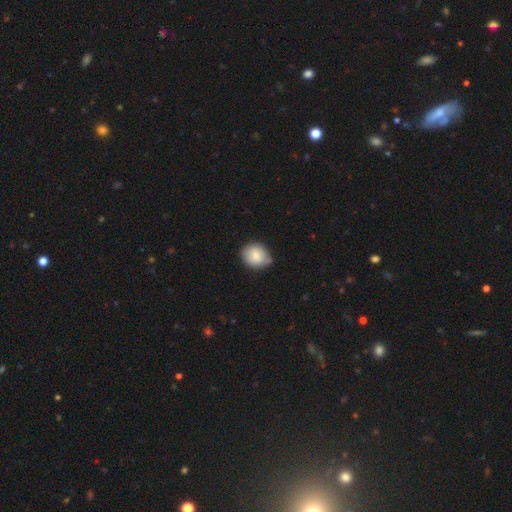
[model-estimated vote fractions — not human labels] smooth 80%, featured or disk 13%, star or artifact 7%. Down the decision tree: how rounded — round (70%); merging — none (69%).